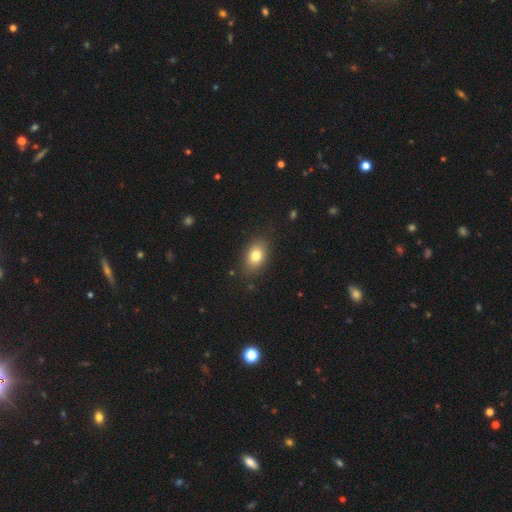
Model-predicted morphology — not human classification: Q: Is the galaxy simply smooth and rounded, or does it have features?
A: smooth — 79%.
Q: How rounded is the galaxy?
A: in between — 83%.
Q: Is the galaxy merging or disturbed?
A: none — 84%.